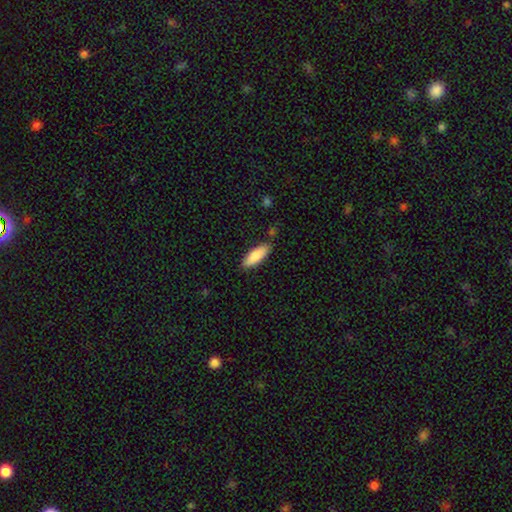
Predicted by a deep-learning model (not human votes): smooth 86%, featured or disk 9%, star or artifact 6%. Down the decision tree: how rounded — in between (58%); merging — none (82%).